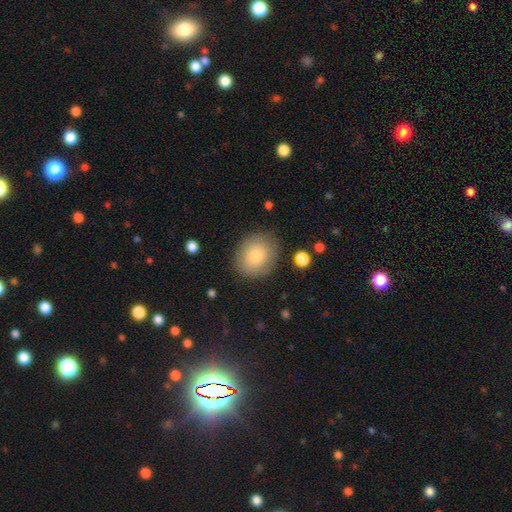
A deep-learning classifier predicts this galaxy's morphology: smooth-or-featured: smooth: 79% | featured or disk: 14% | star or artifact: 7%
  how-rounded: round: 62% | in between: 37% | cigar-shaped: 1%
  merging: none: 81% | minor disturbance: 13% | major disturbance: 4% | merger: 2%